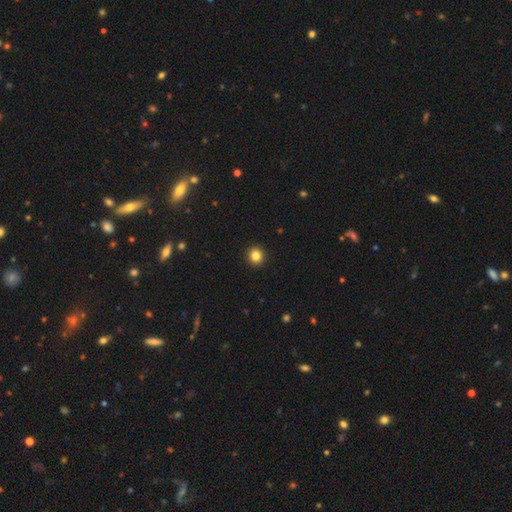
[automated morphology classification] smooth-or-featured: smooth: 84% | star or artifact: 11% | featured or disk: 5%
  how-rounded: round: 92% | in between: 7% | cigar-shaped: 1%
  merging: none: 94% | minor disturbance: 4% | major disturbance: 1% | merger: 1%